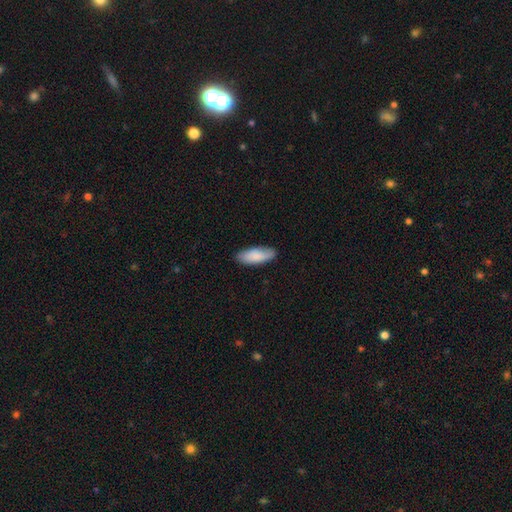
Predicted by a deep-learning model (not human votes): smooth_or_featured: smooth (p=0.85) [alt: featured or disk p=0.10]
how_rounded: in between (p=0.71) [alt: cigar-shaped p=0.27]
merging: none (p=0.85) [alt: minor disturbance p=0.12]